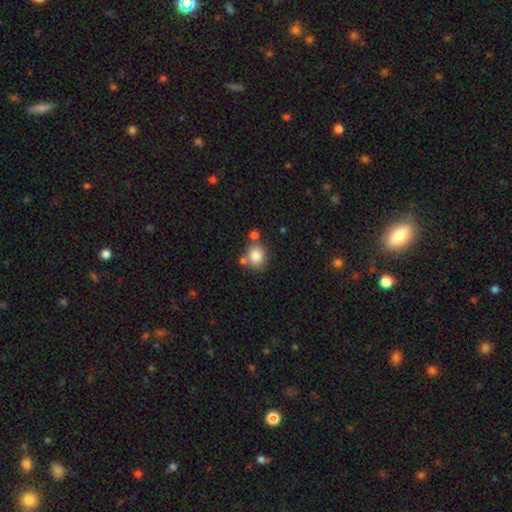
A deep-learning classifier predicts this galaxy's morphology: smooth-or-featured: smooth: 82% | star or artifact: 10% | featured or disk: 8%
  how-rounded: round: 76% | in between: 24% | cigar-shaped: 1%
  merging: none: 68% | merger: 17% | minor disturbance: 12% | major disturbance: 4%